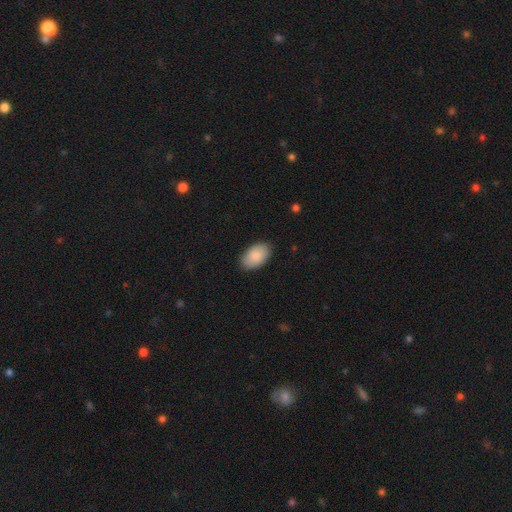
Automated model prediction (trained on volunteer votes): Morphology: type=smooth (90%); roundness=in between (95%); merging=none (88%).